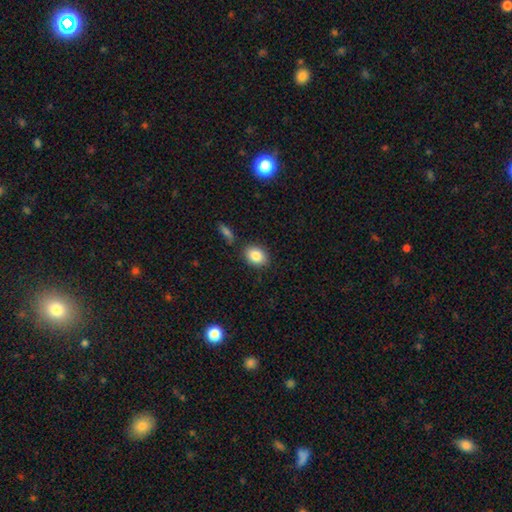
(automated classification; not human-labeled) Overall: smooth (85%). How rounded: in between (66%; round 33%). Merging: none (83%).